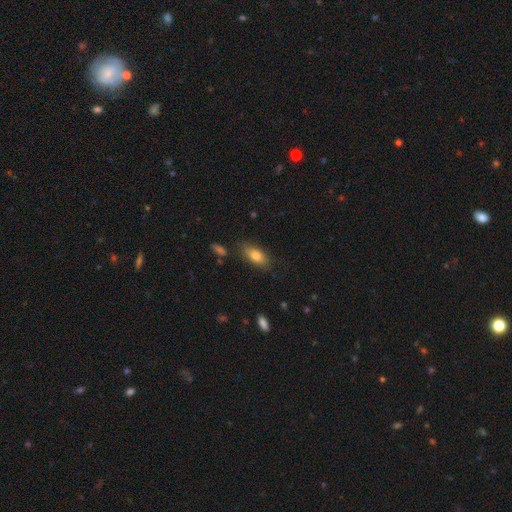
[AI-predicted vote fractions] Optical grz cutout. It shows a smooth galaxy with no disk features (81%) that is in between round and cigar-shaped (85%). Merging: none (79%).